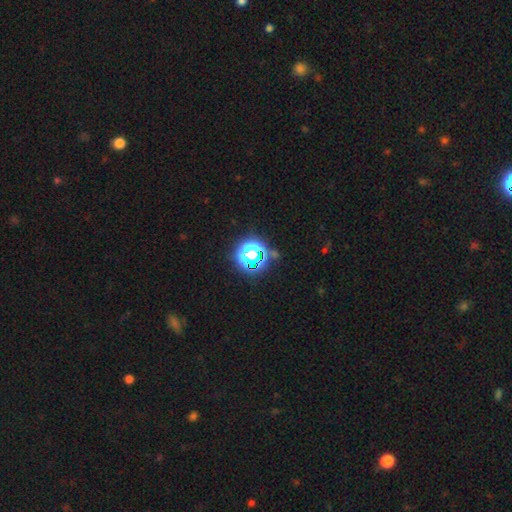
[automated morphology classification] Smooth or featured? star or artifact (56%)